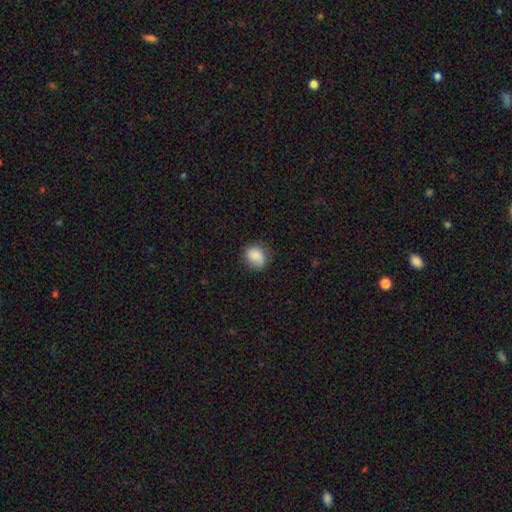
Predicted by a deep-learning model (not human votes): smooth-or-featured: smooth: 84% | featured or disk: 8% | star or artifact: 8%
  how-rounded: round: 54% | in between: 45% | cigar-shaped: 1%
  merging: none: 69% | minor disturbance: 23% | major disturbance: 6% | merger: 2%